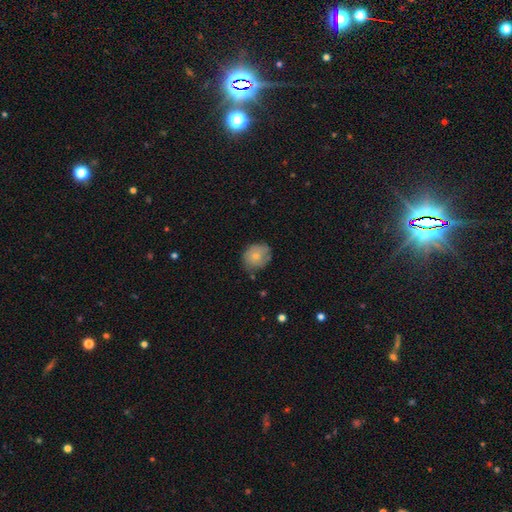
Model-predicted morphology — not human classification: type=smooth (71%); roundness=round (72%); merging=none (66%).